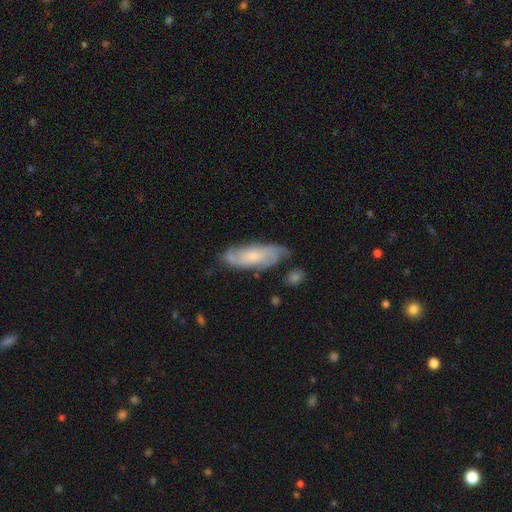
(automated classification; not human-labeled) featured or disk 66%, smooth 28%, star or artifact 6%. Down the decision tree: edge-on disk — no (86%); bar — no (69%); spiral arms — yes (91%); spiral arm count — 2 (40%); spiral winding — tight (45%); bulge size — small (50%); merging — none (67%).